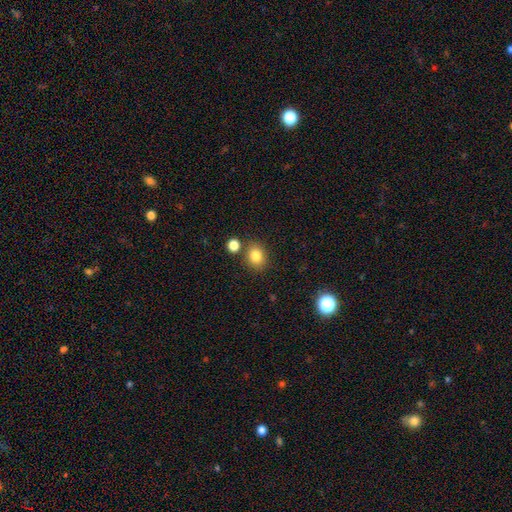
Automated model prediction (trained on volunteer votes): This is clearly a smooth galaxy (83%). How rounded: likely round (65%). Merging: likely none (77%).